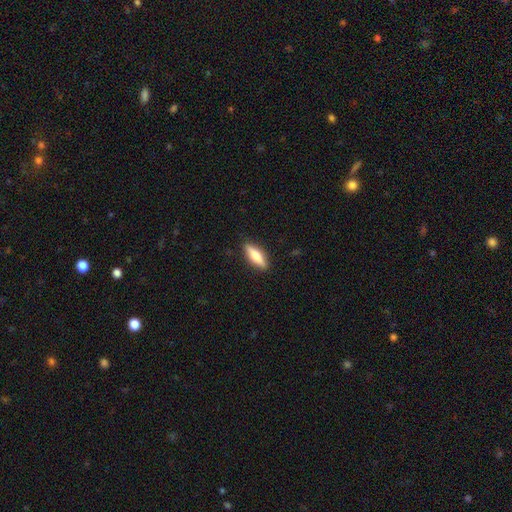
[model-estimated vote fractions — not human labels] Smooth or featured? smooth (62%)
How rounded? cigar-shaped (57%)
Merging? none (89%)